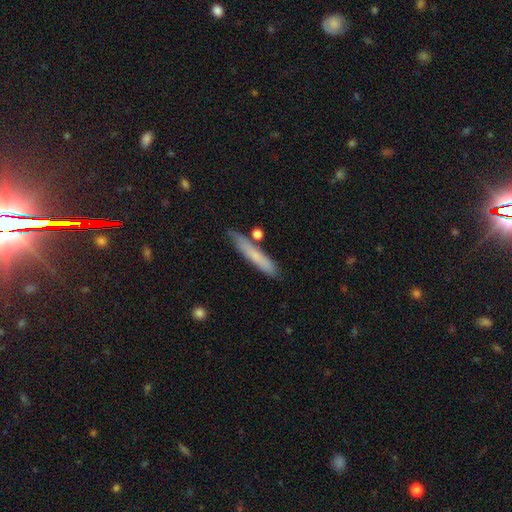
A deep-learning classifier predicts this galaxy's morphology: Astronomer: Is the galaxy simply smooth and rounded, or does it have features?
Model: smooth — 67%.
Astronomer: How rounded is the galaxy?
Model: cigar-shaped — 93%.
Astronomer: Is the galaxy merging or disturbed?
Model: none — 80%.